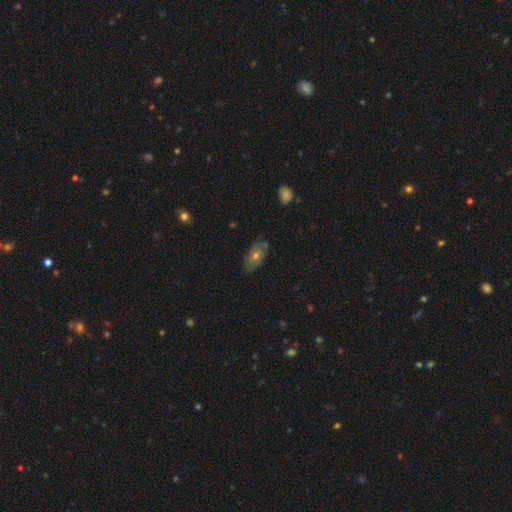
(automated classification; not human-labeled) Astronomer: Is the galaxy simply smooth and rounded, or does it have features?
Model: featured or disk — 44% (runner-up: smooth, 41%).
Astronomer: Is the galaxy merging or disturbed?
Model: none — 78%.